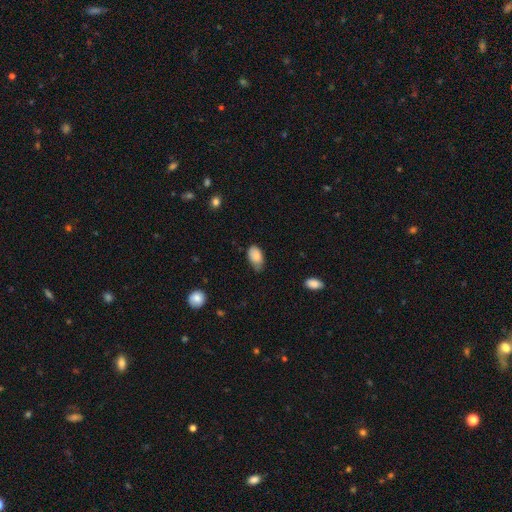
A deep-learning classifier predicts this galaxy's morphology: type=smooth (82%); roundness=in between (93%); merging=none (57%).